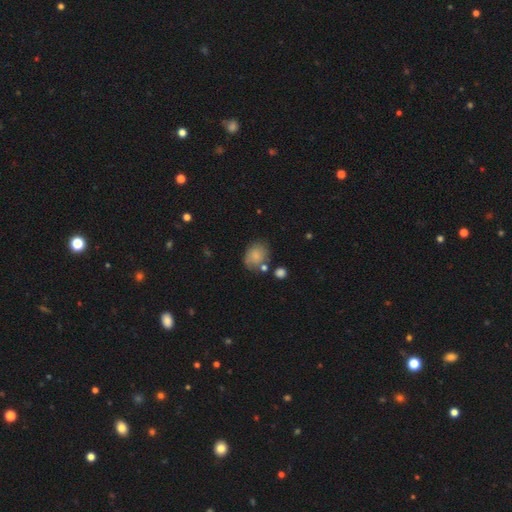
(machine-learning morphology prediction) smooth_or_featured: smooth (p=0.78) [alt: featured or disk p=0.13]
how_rounded: in between (p=0.50) [alt: round p=0.49]
merging: none (p=0.59) [alt: minor disturbance p=0.22]